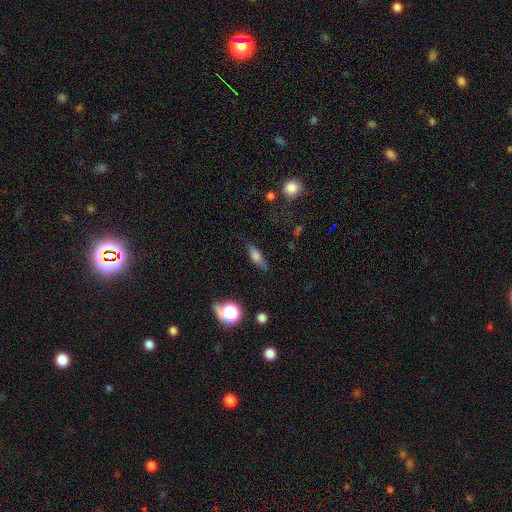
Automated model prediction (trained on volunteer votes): Smooth or featured? Predicted: smooth (p=0.67). How rounded? Predicted: in between (p=0.53). Merging? Predicted: none (p=0.79).